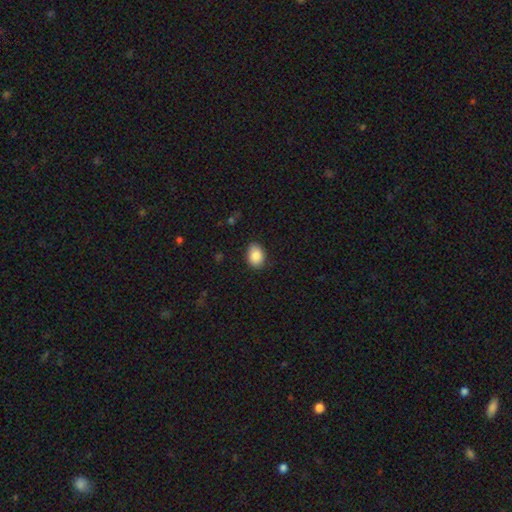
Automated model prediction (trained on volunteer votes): Q: Smooth or featured?
A: smooth (87%); runner-up: star or artifact (8%)
Q: How rounded?
A: in between (70%); runner-up: round (29%)
Q: Merging?
A: none (85%); runner-up: minor disturbance (11%)